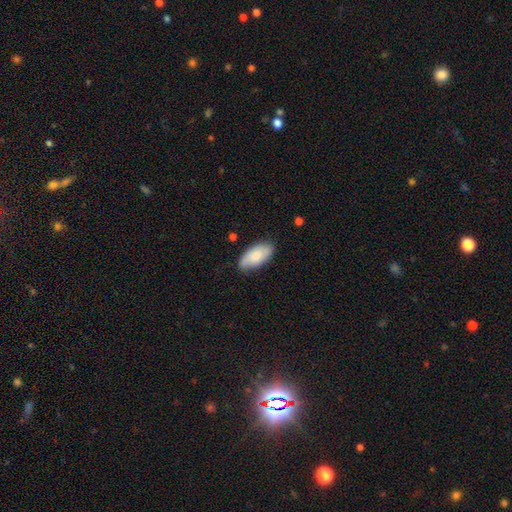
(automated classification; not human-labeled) Smooth or featured? smooth (77%)
How rounded? in between (93%)
Merging? none (77%)